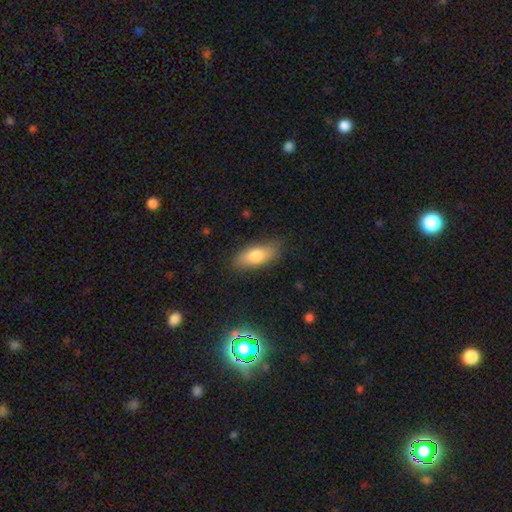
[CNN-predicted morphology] smooth 77%, featured or disk 17%, star or artifact 7%. Down the decision tree: how rounded — in between (79%); merging — none (79%).